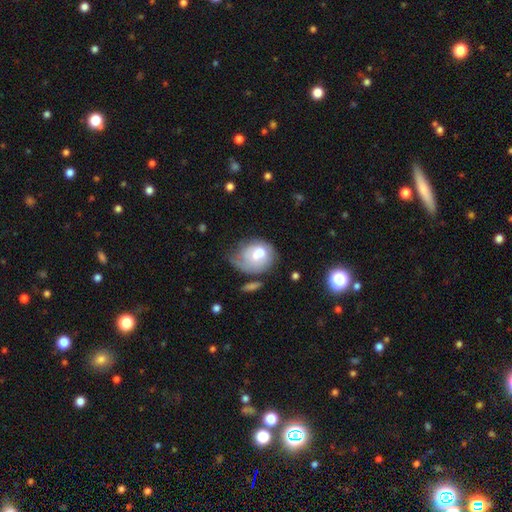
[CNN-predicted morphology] The model was most divided on "merging": none: 33%, minor disturbance: 30%, major disturbance: 26%, merger: 11%. More confident: how rounded — round (59%); smooth or featured — smooth (54%).